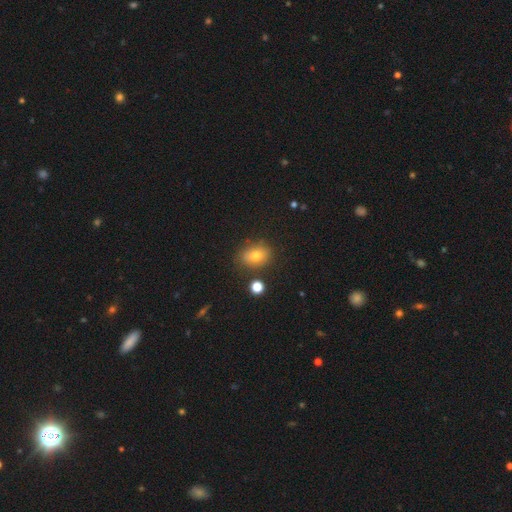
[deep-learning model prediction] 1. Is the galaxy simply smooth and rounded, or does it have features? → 76% smooth, 12% star or artifact, 12% featured or disk.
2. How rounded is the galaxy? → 66% in between, 33% round, 1% cigar-shaped.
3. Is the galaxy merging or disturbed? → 80% none, 12% minor disturbance, 5% merger, 3% major disturbance.